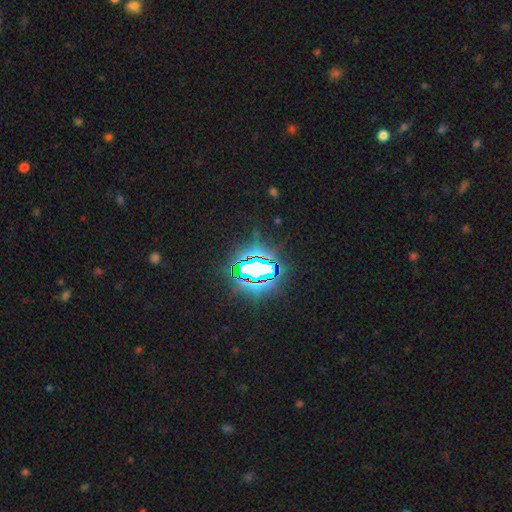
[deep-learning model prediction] Smooth or featured? star or artifact (82%)